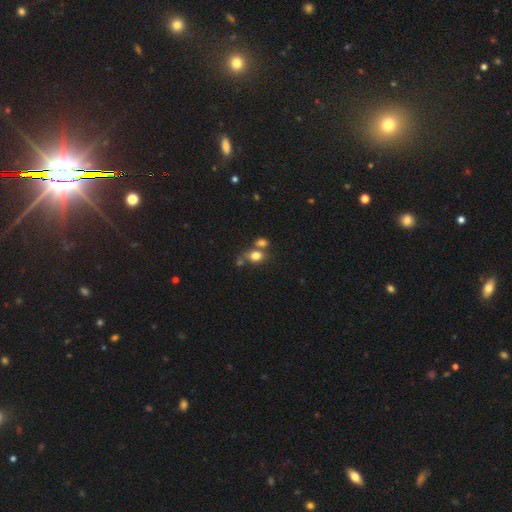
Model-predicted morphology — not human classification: smooth 77%, star or artifact 12%, featured or disk 11%. Down the decision tree: how rounded — in between (49%, tied with round); merging — none (46%).